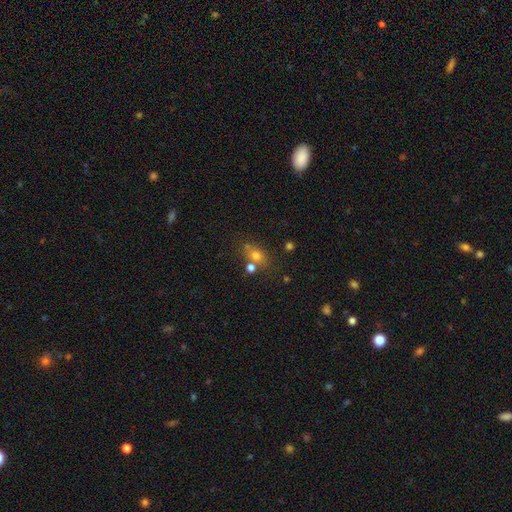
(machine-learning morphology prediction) smooth_or_featured: smooth (p=0.66) [alt: star or artifact p=0.20]
how_rounded: in between (p=0.52) [alt: round p=0.45]
merging: none (p=0.59) [alt: merger p=0.22]